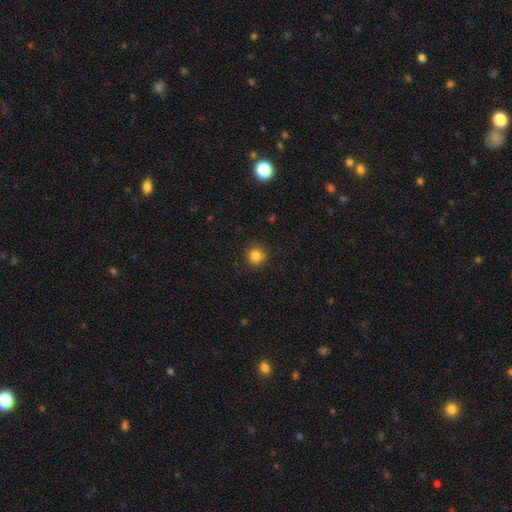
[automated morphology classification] This appears to be a smooth galaxy with no disk features (83%) that is round (92%). Merging: none (88%).